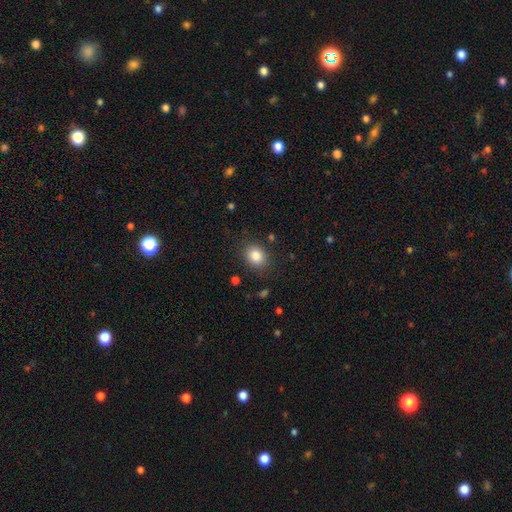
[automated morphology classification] type=smooth (84%); roundness=round (59%); merging=none (86%).